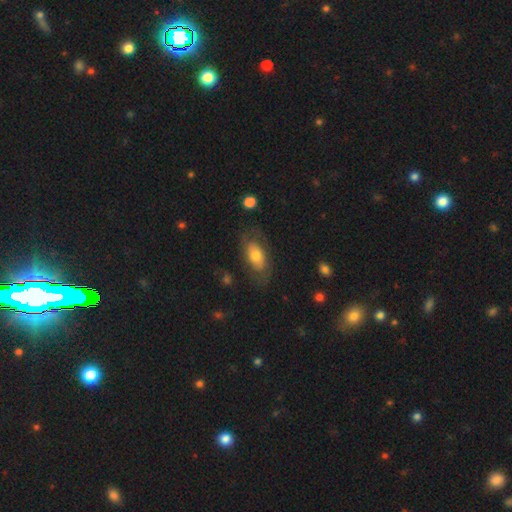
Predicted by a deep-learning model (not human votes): This is possibly a smooth galaxy (53%). How rounded: clearly in between (88%). Merging: likely none (66%).